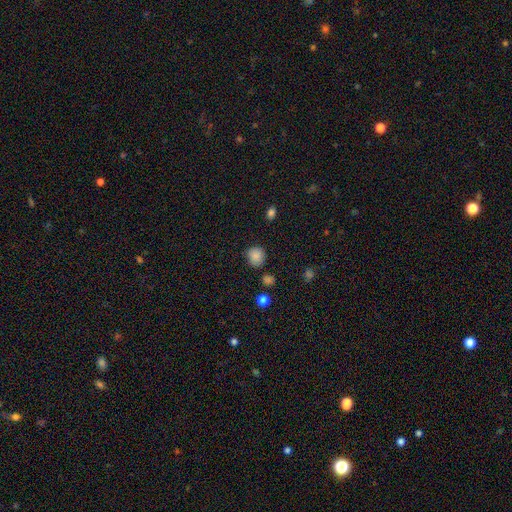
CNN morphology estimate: This appears to be a smooth galaxy with no disk features (85%) that is round (85%). Merging: none (78%).